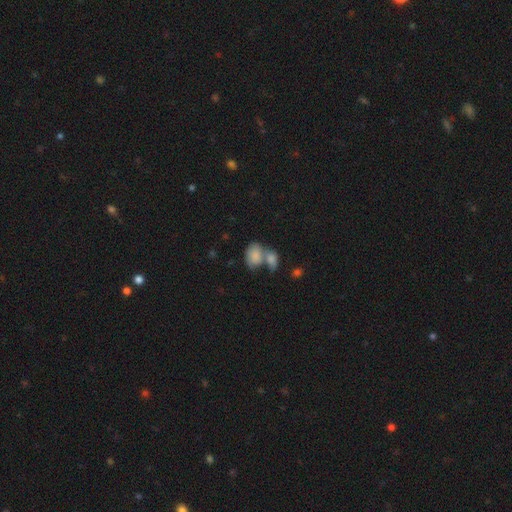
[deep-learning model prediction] Smooth or featured?
  - smooth: 81% *
  - featured or disk: 12%
  - star or artifact: 7%
How rounded?
  - in between: 79% *
  - round: 19%
  - cigar-shaped: 1%
Merging?
  - merger: 61% *
  - none: 23%
  - minor disturbance: 11%
  - major disturbance: 6%